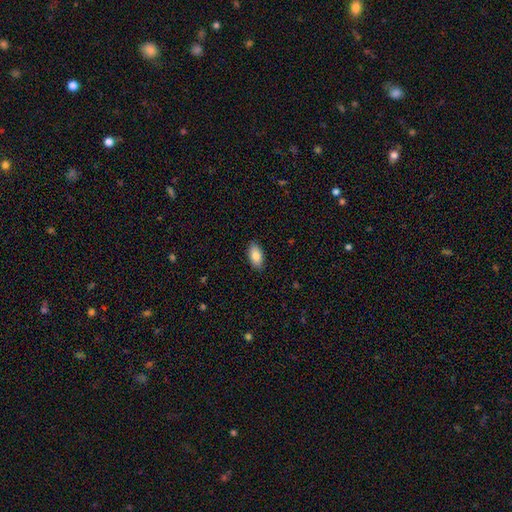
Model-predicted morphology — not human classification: smooth-or-featured: smooth: 87% | star or artifact: 7% | featured or disk: 6%
  how-rounded: in between: 93% | cigar-shaped: 4% | round: 3%
  merging: none: 88% | minor disturbance: 9% | major disturbance: 2% | merger: 1%